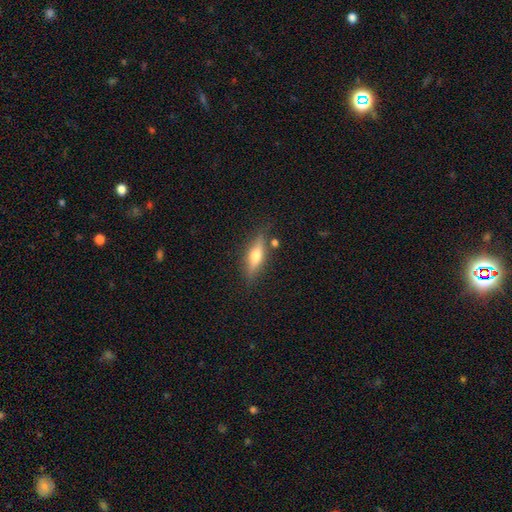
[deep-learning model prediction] smooth-or-featured: featured or disk: 55% | smooth: 37% | star or artifact: 8%
  disk-edge-on: yes: 92% | no: 8%
    edge-on-bulge: rounded: 93% | boxy: 4% | none: 3%
  merging: none: 80% | minor disturbance: 12% | merger: 4% | major disturbance: 3%